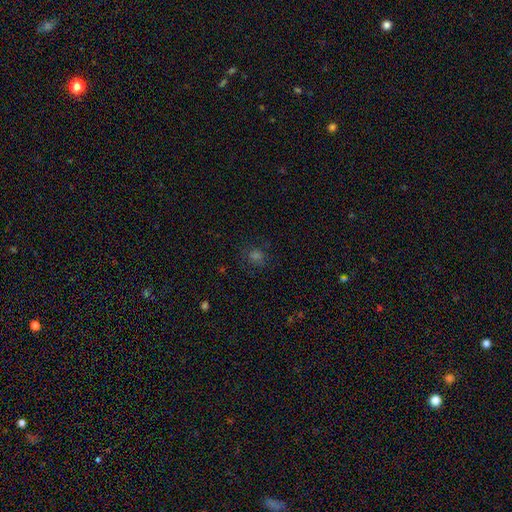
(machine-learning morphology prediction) Overall: smooth (50%; star or artifact 37%). Merging: none (82%).